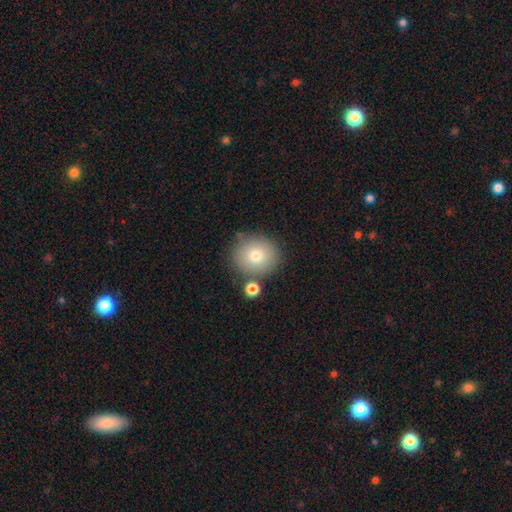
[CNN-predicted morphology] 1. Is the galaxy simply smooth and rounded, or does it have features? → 76% smooth, 13% featured or disk, 10% star or artifact.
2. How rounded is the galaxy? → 86% round, 14% in between, 1% cigar-shaped.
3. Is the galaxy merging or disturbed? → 78% none, 10% minor disturbance, 8% merger, 3% major disturbance.